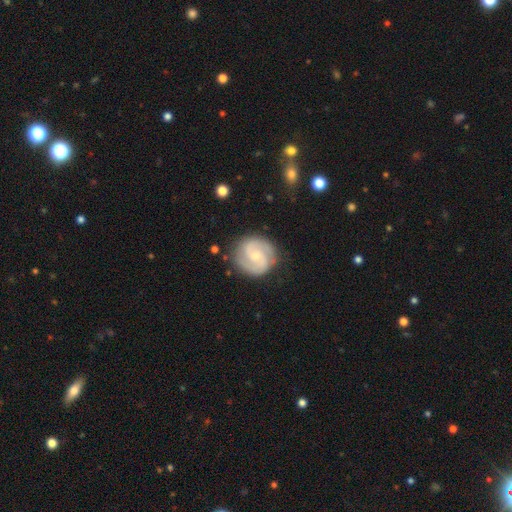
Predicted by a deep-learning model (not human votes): smooth_or_featured: featured or disk (p=0.84) [alt: smooth p=0.12]
disk_edge_on: no (p=0.98) [alt: yes p=0.02]
bar: no (p=0.50) [alt: weak p=0.42]
has_spiral_arms: yes (p=0.97) [alt: no p=0.03]
spiral_winding: medium (p=0.47) [alt: tight p=0.42]
spiral_arm_count: 2 (p=0.89) [alt: can't tell p=0.04]
bulge_size: small (p=0.61) [alt: moderate p=0.32]
merging: none (p=0.84) [alt: minor disturbance p=0.11]